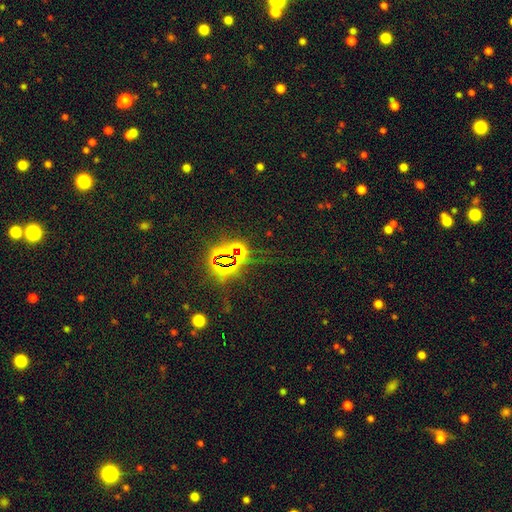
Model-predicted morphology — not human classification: Overall: star or artifact (79%).